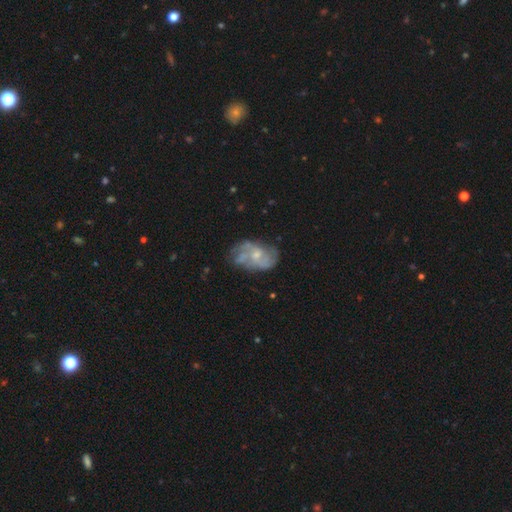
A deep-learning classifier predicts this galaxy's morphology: This appears to be a featured or disk galaxy (73%) with no bar (67%), medium (43%) spiral arms (75%) and a small central bulge (46%). Merging: none (58%).